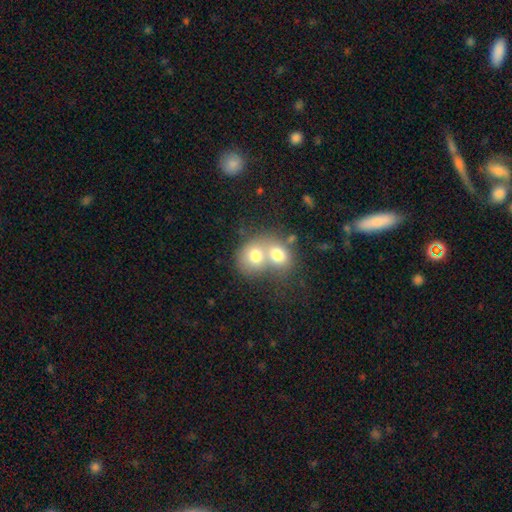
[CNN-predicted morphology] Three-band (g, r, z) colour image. It shows a smooth galaxy with no disk features (70%) that is round (65%). Merging: merger (70%).